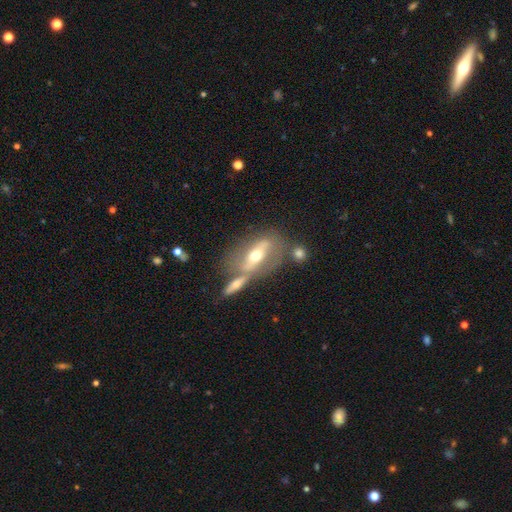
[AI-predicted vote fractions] Smooth or featured?
  - featured or disk: 64% *
  - smooth: 29%
  - star or artifact: 7%
Edge-on disk?
  - no: 73% *
  - yes: 27%
Merging?
  - none: 46% *
  - merger: 30%
  - minor disturbance: 15%
  - major disturbance: 9%